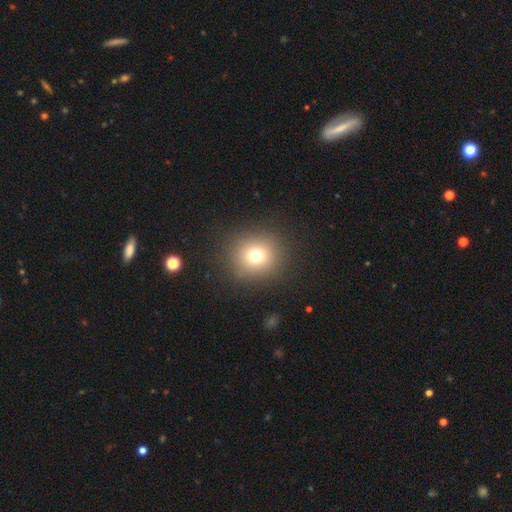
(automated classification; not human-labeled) smooth_or_featured: smooth (p=0.72) [alt: star or artifact p=0.18]
how_rounded: round (p=0.88) [alt: in between p=0.11]
merging: none (p=0.88) [alt: minor disturbance p=0.07]